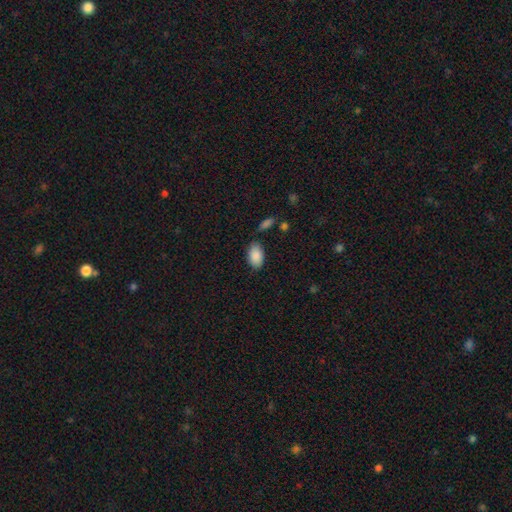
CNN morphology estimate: This appears to be a smooth galaxy with no disk features (89%) that is in between round and cigar-shaped (93%). Merging: none (76%).